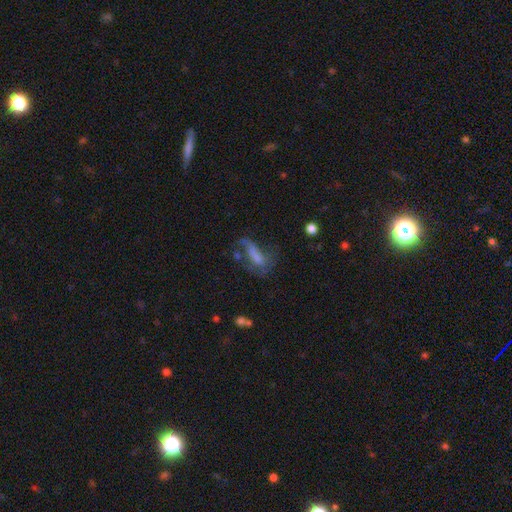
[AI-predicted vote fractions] smooth_or_featured: featured or disk (p=0.46) [alt: smooth p=0.41]
merging: major disturbance (p=0.43) [alt: none p=0.30]